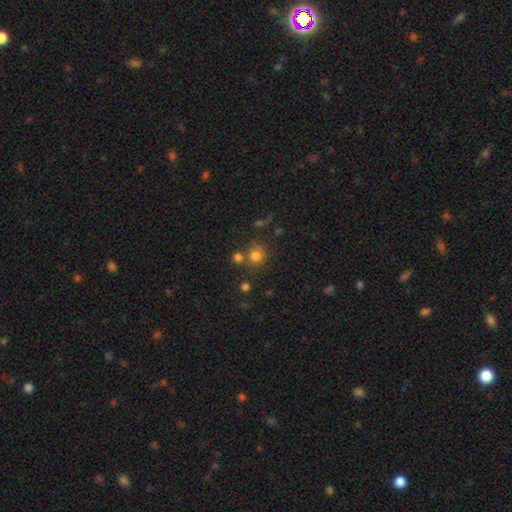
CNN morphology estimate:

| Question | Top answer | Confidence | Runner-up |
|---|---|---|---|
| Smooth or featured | smooth | 78% | star or artifact (15%) |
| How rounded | round | 87% | in between (12%) |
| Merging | none | 65% | merger (20%) |